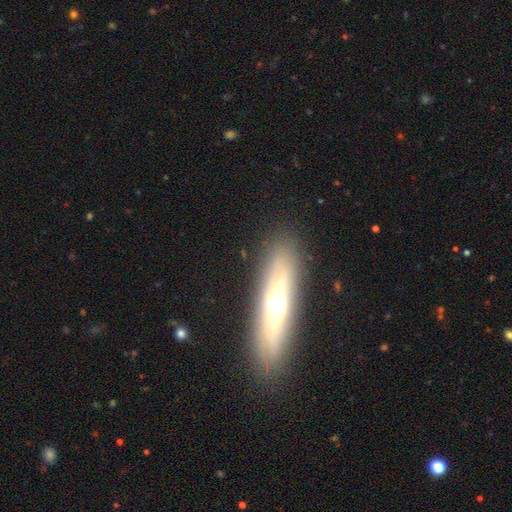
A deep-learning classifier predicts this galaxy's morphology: Smooth or featured?
  - featured or disk: 46% *
  - smooth: 45%
  - star or artifact: 8%
Merging?
  - none: 87% *
  - minor disturbance: 9%
  - major disturbance: 3%
  - merger: 1%